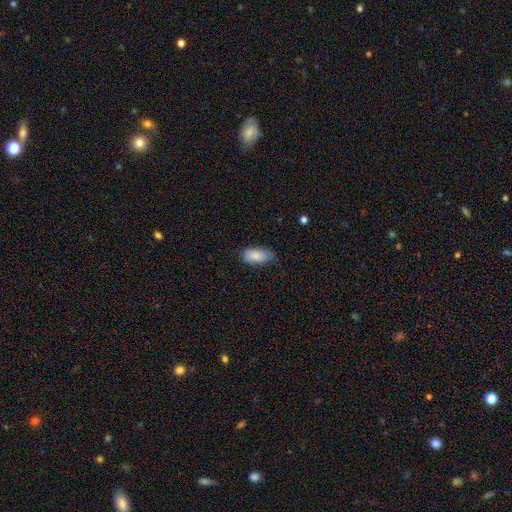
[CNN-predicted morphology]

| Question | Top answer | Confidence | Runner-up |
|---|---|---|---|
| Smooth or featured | smooth | 86% | featured or disk (7%) |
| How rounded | in between | 91% | cigar-shaped (7%) |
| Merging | none | 61% | minor disturbance (32%) |